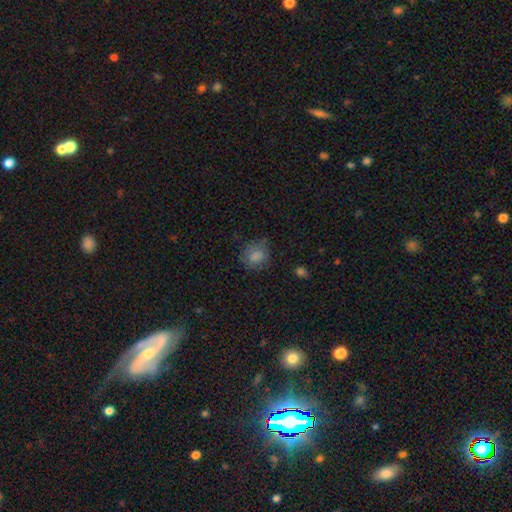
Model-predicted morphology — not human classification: A smooth galaxy with no disk features (76%) that is round (73%).

Vote fractions:
- Smooth or featured? smooth: 76% / featured or disk: 13% / star or artifact: 11%
- How rounded? round: 73% / in between: 26% / cigar-shaped: 1%
- Merging? none: 65% / minor disturbance: 24% / major disturbance: 10% / merger: 2%